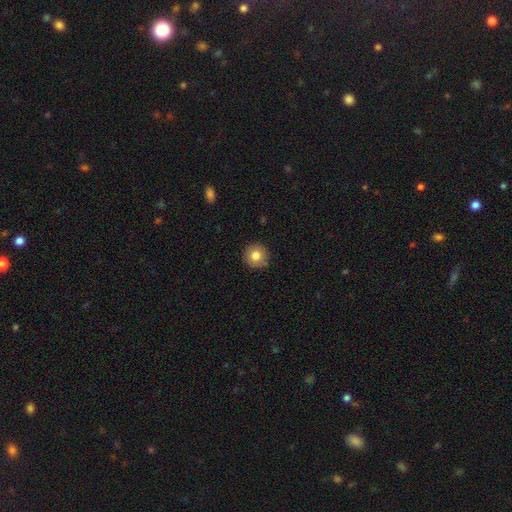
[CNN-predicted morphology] Smooth or featured?
  - smooth: 81% *
  - featured or disk: 9%
  - star or artifact: 9%
How rounded?
  - round: 94% *
  - in between: 5%
  - cigar-shaped: 1%
Merging?
  - none: 89% *
  - minor disturbance: 8%
  - major disturbance: 2%
  - merger: 1%